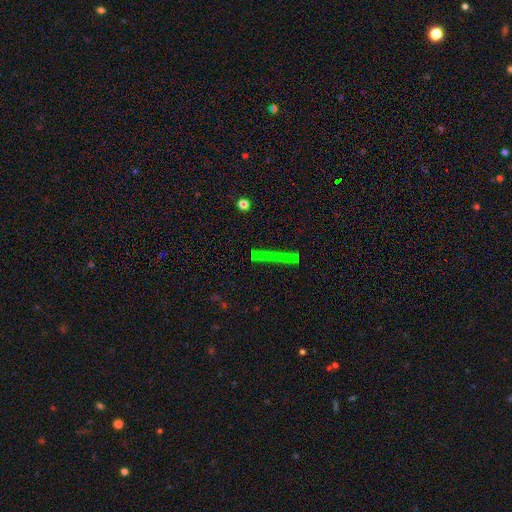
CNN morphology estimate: smooth-or-featured: star or artifact: 63% | smooth: 25% | featured or disk: 13%